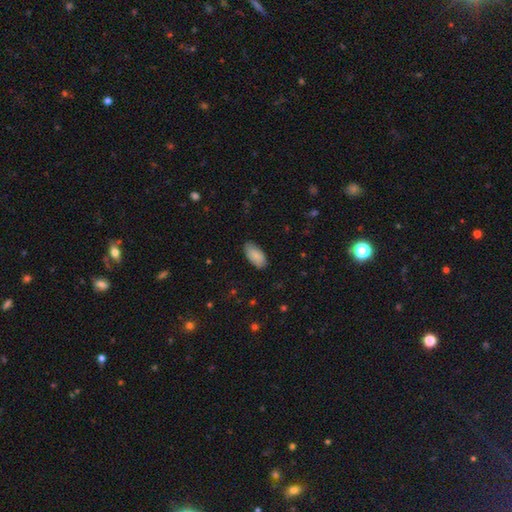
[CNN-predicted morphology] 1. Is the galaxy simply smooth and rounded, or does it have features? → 88% smooth, 7% featured or disk, 6% star or artifact.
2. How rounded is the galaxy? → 94% in between, 4% cigar-shaped, 2% round.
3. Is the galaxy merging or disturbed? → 83% none, 13% minor disturbance, 2% major disturbance, 1% merger.